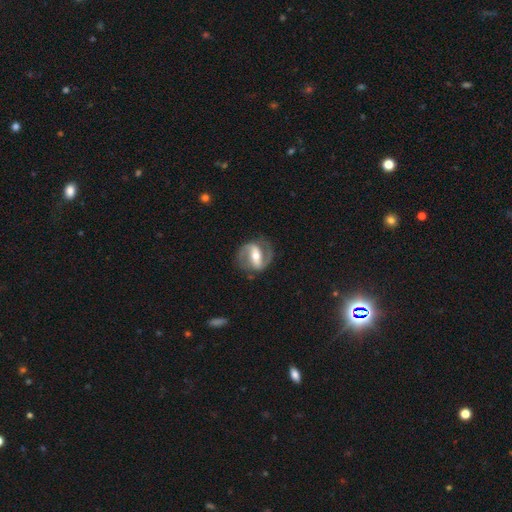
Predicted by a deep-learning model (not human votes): Morphology: type=featured or disk (87%); edge-on=no (97%); bar=strong (60%); spiral arms=yes (94%); winding=medium (54%); arm count=2 (91%); bulge=moderate (65%); merging=none (81%).